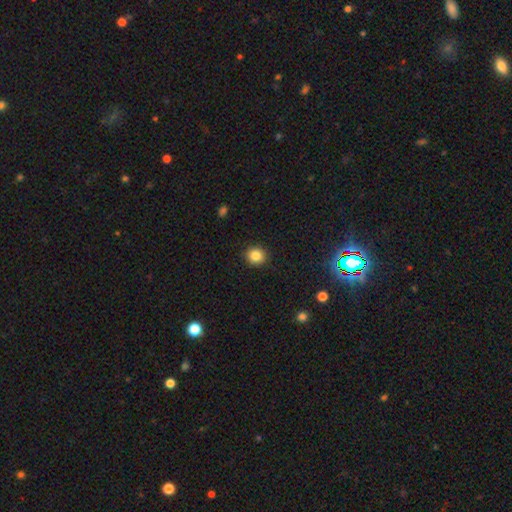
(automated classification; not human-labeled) smooth-or-featured: smooth: 85% | star or artifact: 10% | featured or disk: 5%
  how-rounded: round: 87% | in between: 12% | cigar-shaped: 1%
  merging: none: 92% | minor disturbance: 6% | major disturbance: 2% | merger: 1%